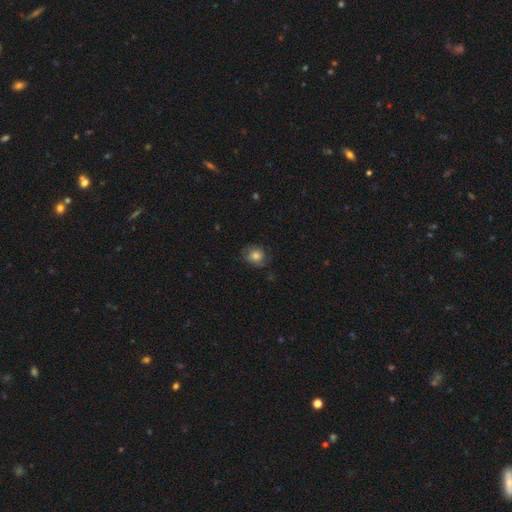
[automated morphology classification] smooth-or-featured: smooth: 71% | featured or disk: 19% | star or artifact: 10%
  how-rounded: round: 74% | in between: 25% | cigar-shaped: 1%
  merging: none: 67% | minor disturbance: 22% | major disturbance: 9% | merger: 1%